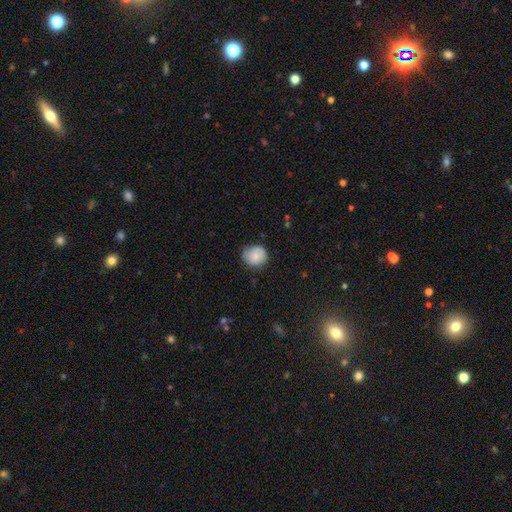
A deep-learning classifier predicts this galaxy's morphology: smooth 79%, featured or disk 13%, star or artifact 7%. Down the decision tree: how rounded — round (82%); merging — none (66%).